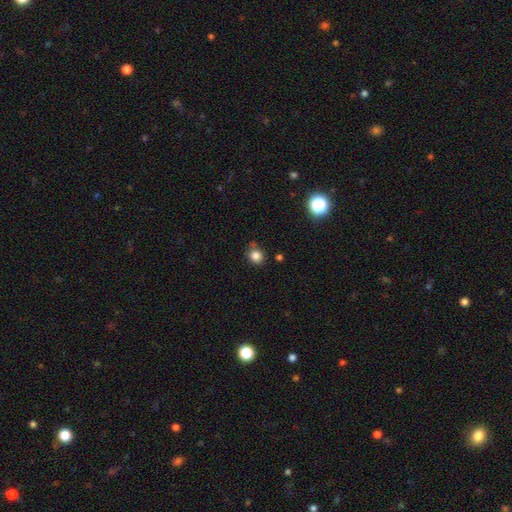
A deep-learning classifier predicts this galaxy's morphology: This appears to be a smooth galaxy with no disk features (83%) that is round (80%). Merging: none (75%).